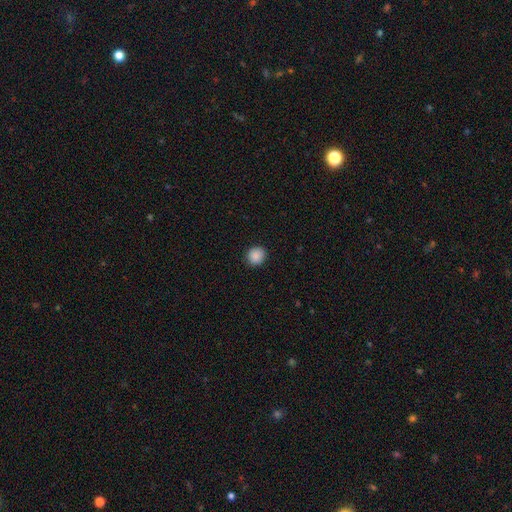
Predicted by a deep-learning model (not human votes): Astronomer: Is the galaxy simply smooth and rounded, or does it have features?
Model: smooth — 88%.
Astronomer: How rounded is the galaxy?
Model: round — 87%.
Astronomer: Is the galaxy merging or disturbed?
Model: none — 91%.